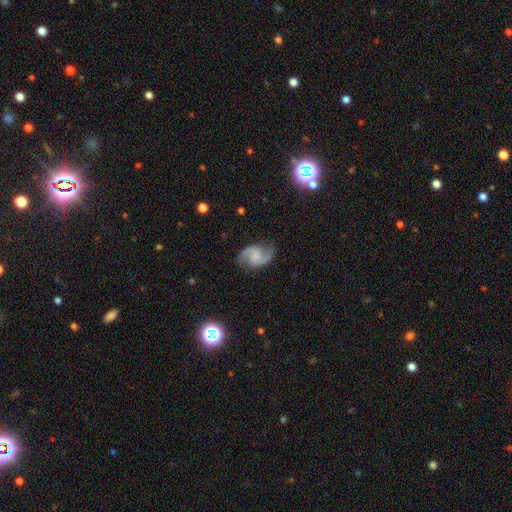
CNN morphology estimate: The model was most divided on "spiral winding": medium: 47%, loose: 41%, tight: 11%. Remaining: edge-on disk — no (98%); spiral arms — yes (97%); spiral arm count — 2 (94%); smooth or featured — featured or disk (86%); merging — none (81%); bar — no (56%); bulge size — none (40%).